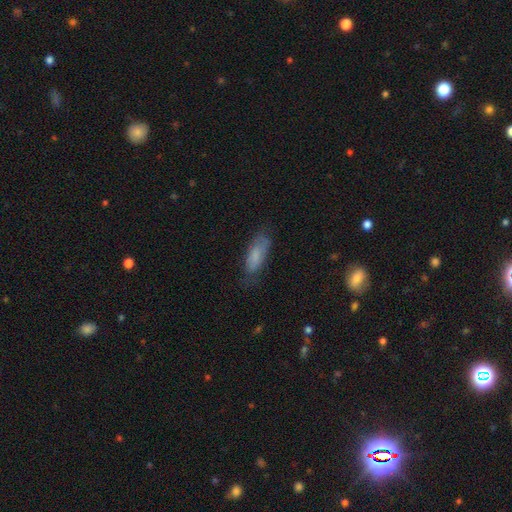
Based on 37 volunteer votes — Smooth or featured?
  - smooth: 73% *
  - featured or disk: 27%
  - star or artifact: 0%
How rounded?
  - in between: 63% *
  - cigar-shaped: 30%
  - round: 7%
Merging?
  - none: 49% *
  - minor disturbance: 32%
  - major disturbance: 16%
  - merger: 3%